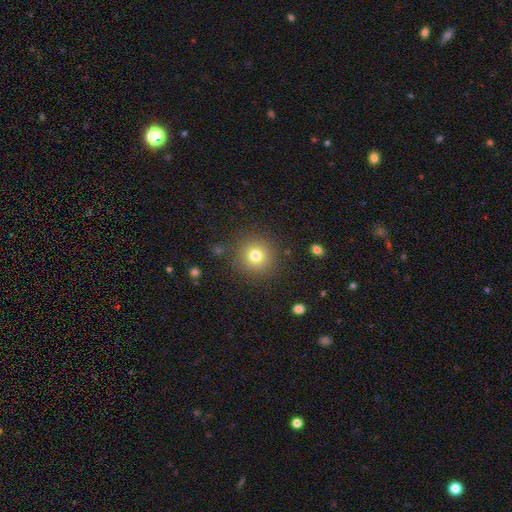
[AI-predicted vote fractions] This is likely a smooth galaxy (77%). How rounded: clearly round (94%). Merging: clearly none (88%).